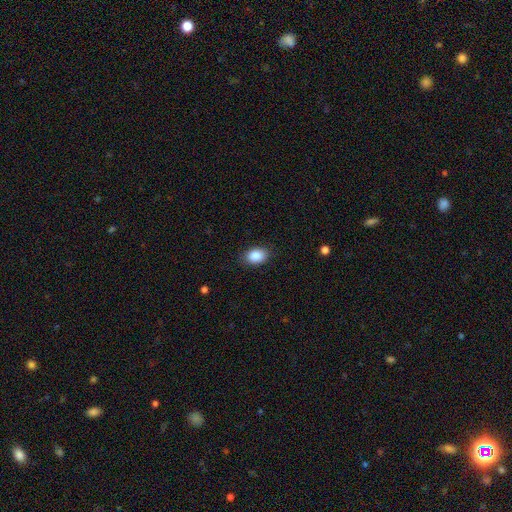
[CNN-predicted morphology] Smooth or featured?
  - smooth: 88% *
  - star or artifact: 8%
  - featured or disk: 4%
How rounded?
  - in between: 81% *
  - round: 18%
  - cigar-shaped: 1%
Merging?
  - none: 86% *
  - minor disturbance: 11%
  - major disturbance: 3%
  - merger: 1%